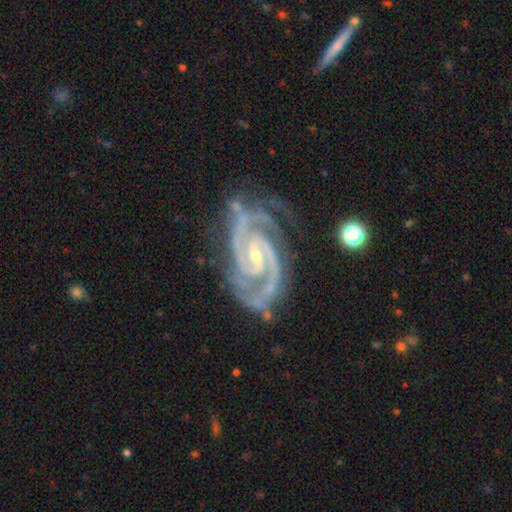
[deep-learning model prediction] Morphology: type=featured or disk (94%); edge-on=no (98%); bar=weak (41%); spiral arms=yes (99%); winding=tight (55%); arm count=2 (80%); bulge=small (73%); merging=none (67%).